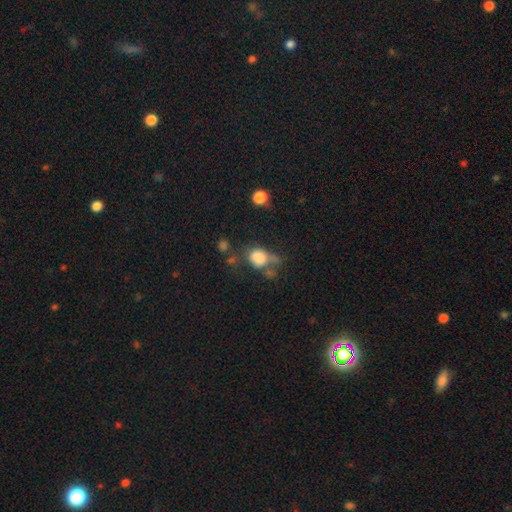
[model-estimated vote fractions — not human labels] smooth-or-featured: smooth: 49% | star or artifact: 30% | featured or disk: 21%
  merging: none: 43% | major disturbance: 22% | minor disturbance: 20% | merger: 15%